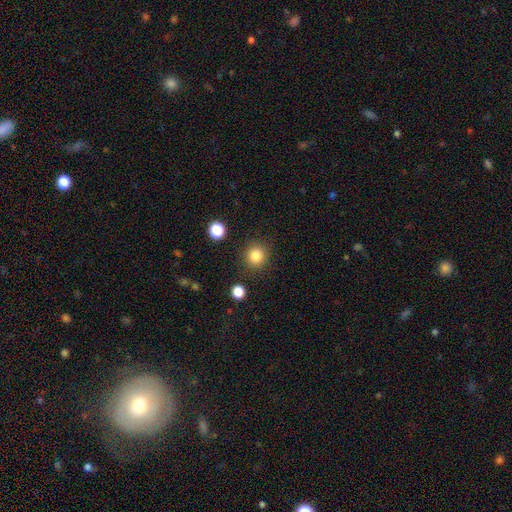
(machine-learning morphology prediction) This appears to be a smooth galaxy with no disk features (84%) that is round (91%). Merging: none (89%).